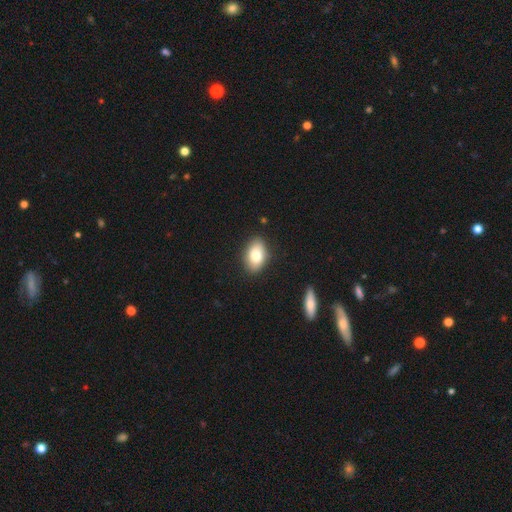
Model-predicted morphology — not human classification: A smooth galaxy with no disk features (81%) that is in between round and cigar-shaped (89%).

Vote fractions:
- Smooth or featured? smooth: 81% / featured or disk: 11% / star or artifact: 7%
- How rounded? in between: 89% / round: 10% / cigar-shaped: 2%
- Merging? none: 85% / minor disturbance: 11% / major disturbance: 2% / merger: 2%